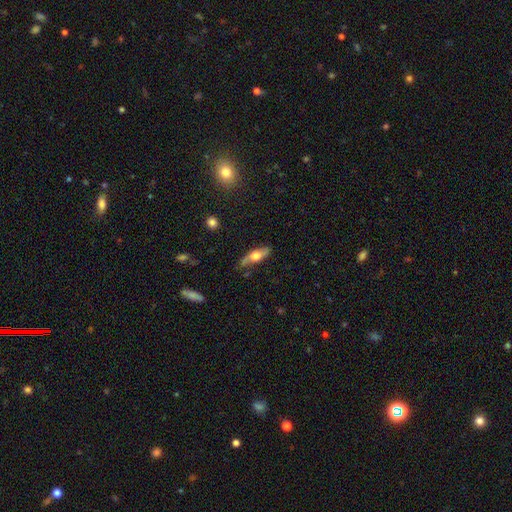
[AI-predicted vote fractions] Overall: smooth (48%; featured or disk 46%). Merging: none (79%).